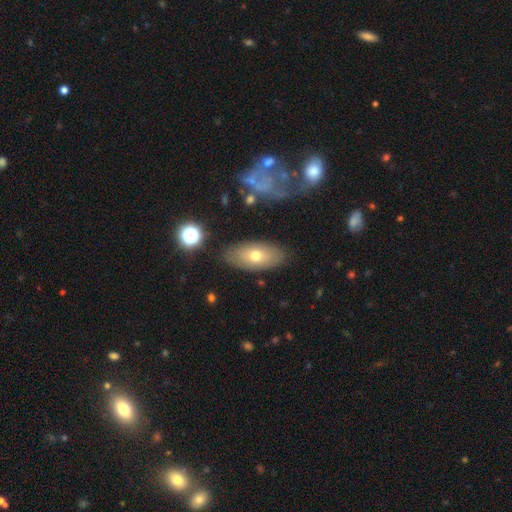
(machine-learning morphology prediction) smooth 64%, featured or disk 28%, star or artifact 8%. Down the decision tree: how rounded — in between (90%); merging — none (82%).